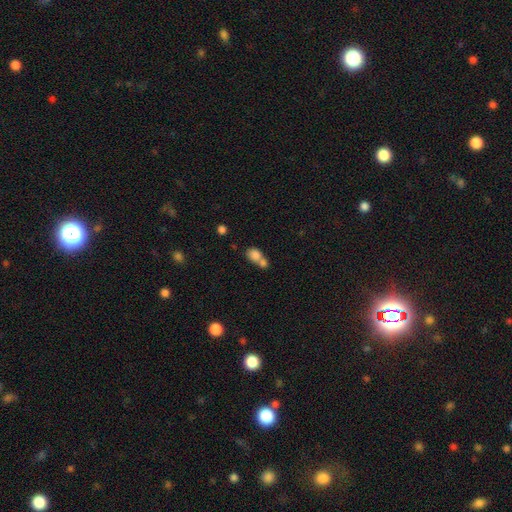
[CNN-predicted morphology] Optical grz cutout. It shows a smooth galaxy with no disk features (80%) that is round (50%). Merging: merger (61%).